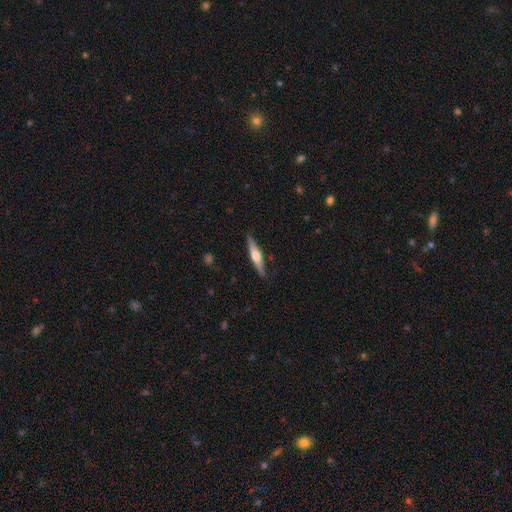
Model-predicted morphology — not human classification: A featured or disk galaxy (62%) viewed edge-on (97%) with a rounded central bulge (91%). Merging: none (88%).